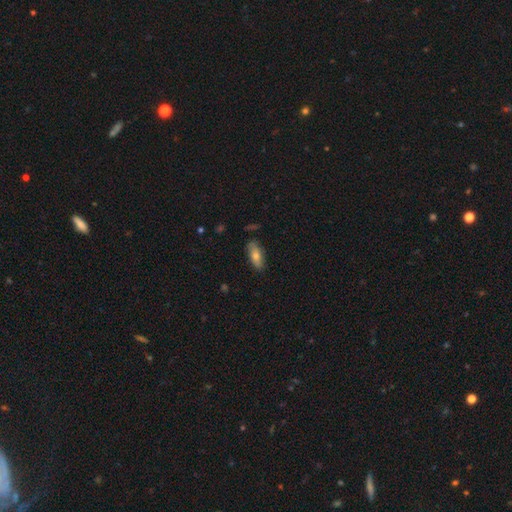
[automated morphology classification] Smooth or featured? Predicted: smooth (p=0.67). How rounded? Predicted: in between (p=0.68). Merging? Predicted: none (p=0.81).